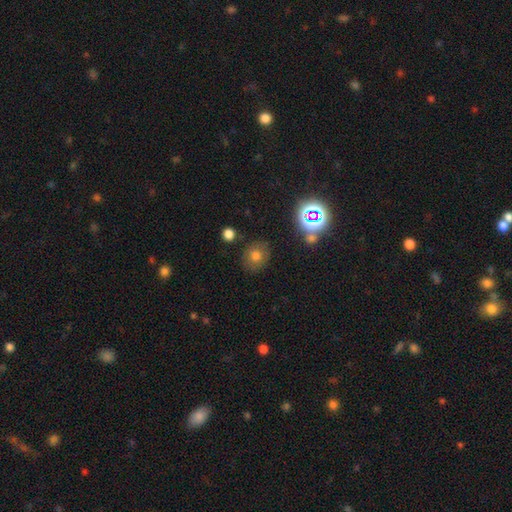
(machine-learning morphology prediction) Smooth or featured? Predicted: smooth (p=0.70). How rounded? Predicted: round (p=0.72). Merging? Predicted: none (p=0.81).